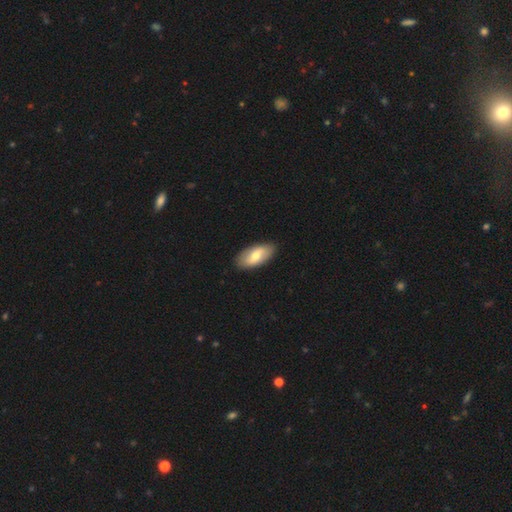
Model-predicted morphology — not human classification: Smooth or featured: smooth — 65% (featured or disk — 30%)
How rounded: in between — 91% (cigar-shaped — 6%)
Merging: none — 89% (minor disturbance — 9%)